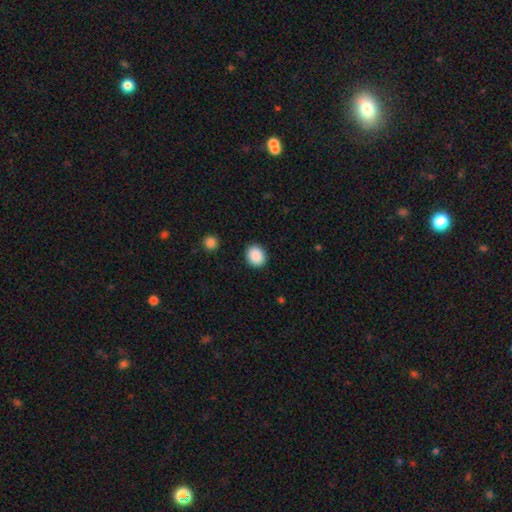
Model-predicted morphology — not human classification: smooth-or-featured: smooth: 89% | star or artifact: 8% | featured or disk: 3%
  how-rounded: round: 60% | in between: 39% | cigar-shaped: 1%
  merging: none: 90% | minor disturbance: 7% | major disturbance: 2% | merger: 1%